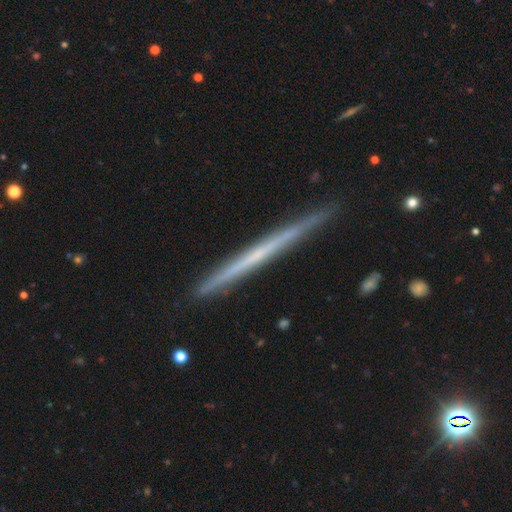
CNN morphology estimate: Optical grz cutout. It shows a featured or disk galaxy (60%) viewed edge-on (97%) with no central bulge (91%). Merging: none (89%).